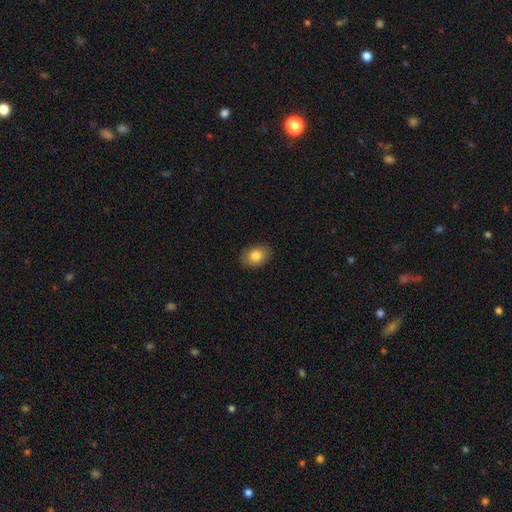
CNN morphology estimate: type=smooth (82%); roundness=in between (76%); merging=none (88%).